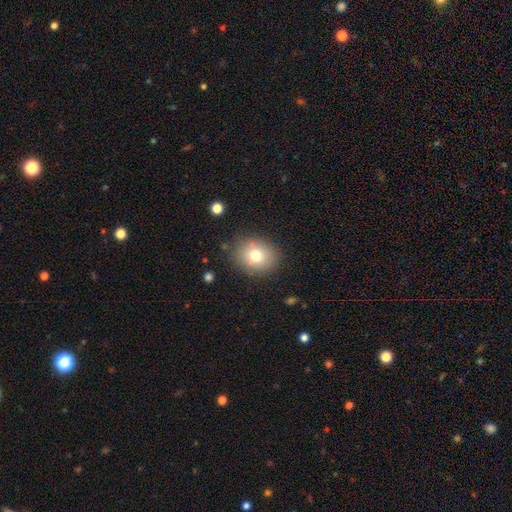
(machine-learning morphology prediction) A smooth galaxy with no disk features (74%) that is round (64%). Merging: none (83%).